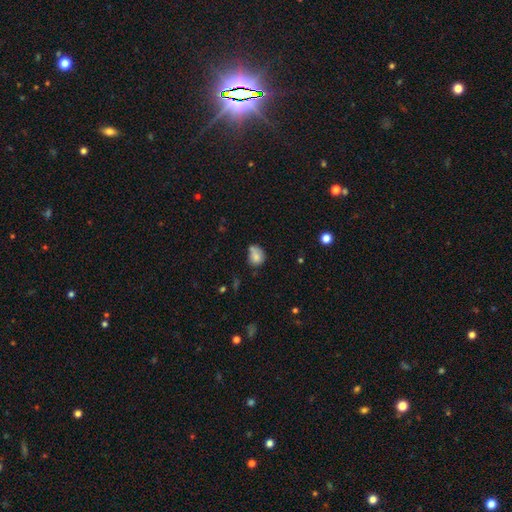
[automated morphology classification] smooth 75%, featured or disk 15%, star or artifact 10%. Down the decision tree: how rounded — round (51%); merging — none (40%).